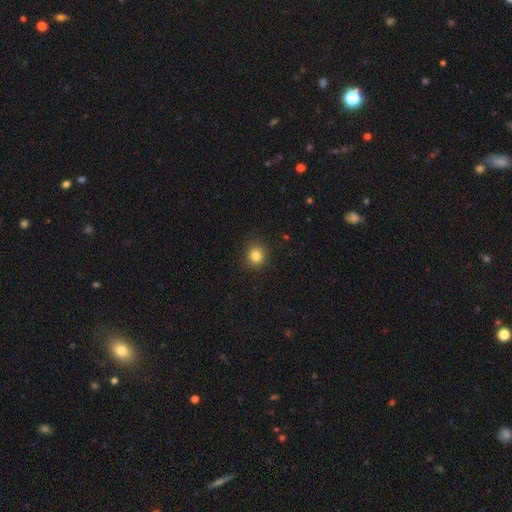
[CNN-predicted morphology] A smooth galaxy with no disk features (84%) that is round (89%).

Vote fractions:
- Smooth or featured? smooth: 84% / star or artifact: 12% / featured or disk: 5%
- How rounded? round: 89% / in between: 10% / cigar-shaped: 1%
- Merging? none: 90% / minor disturbance: 7% / major disturbance: 2% / merger: 1%